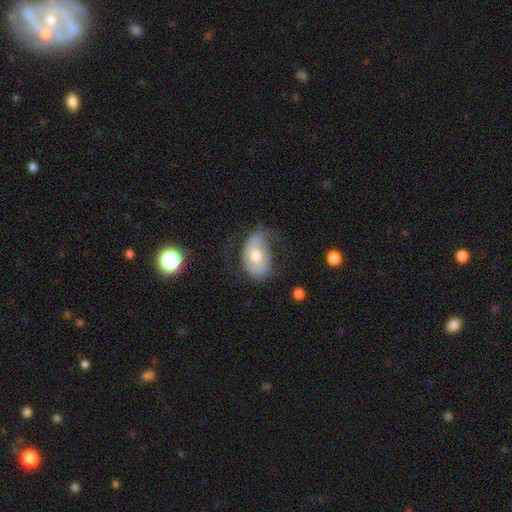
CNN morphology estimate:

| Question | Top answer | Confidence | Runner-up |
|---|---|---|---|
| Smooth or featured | smooth | 50% | featured or disk (43%) |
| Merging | none | 40% | minor disturbance (30%) |